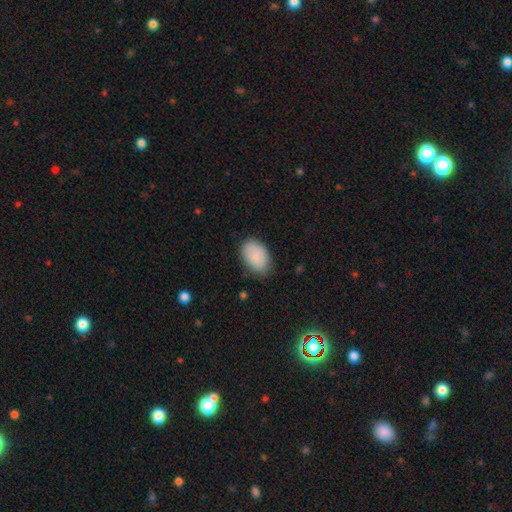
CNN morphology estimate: The model was most divided on "merging": none: 79%, minor disturbance: 17%, major disturbance: 3%, merger: 1%. More confident: how rounded — in between (88%); smooth or featured — smooth (86%).